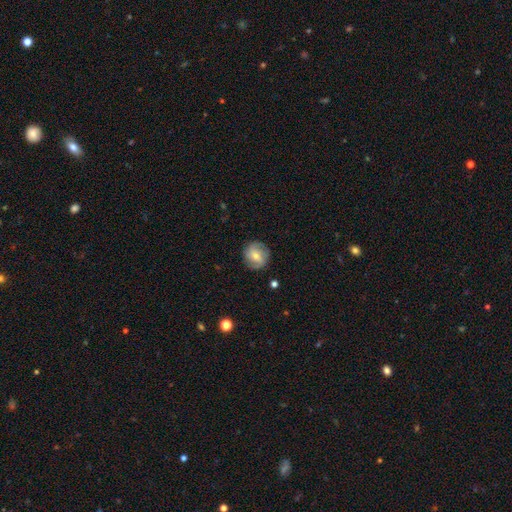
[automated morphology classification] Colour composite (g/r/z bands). It shows a featured or disk galaxy (54%) with a weak bar (45%), spiral arms (81%) and a small central bulge (50%). Merging: none (82%).